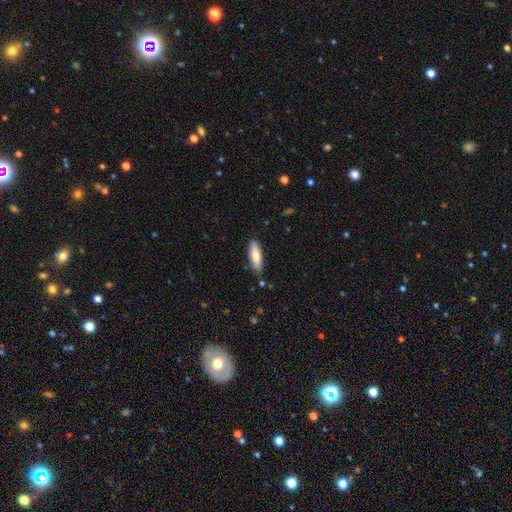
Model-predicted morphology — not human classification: Smooth or featured?
  - smooth: 79% *
  - featured or disk: 15%
  - star or artifact: 6%
How rounded?
  - in between: 52% *
  - cigar-shaped: 47%
  - round: 2%
Merging?
  - none: 85% *
  - minor disturbance: 11%
  - major disturbance: 2%
  - merger: 2%